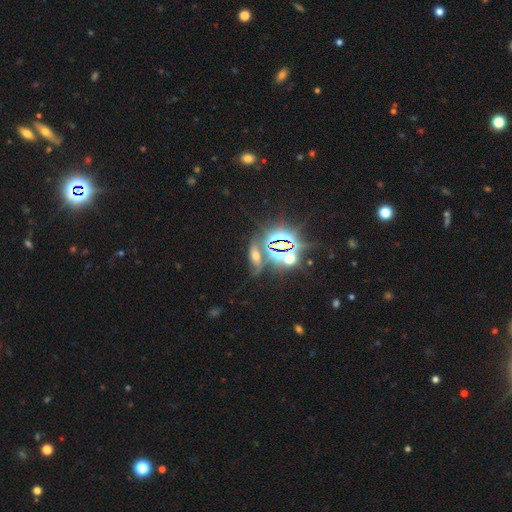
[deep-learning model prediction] Overall: star or artifact (49%; smooth 30%).